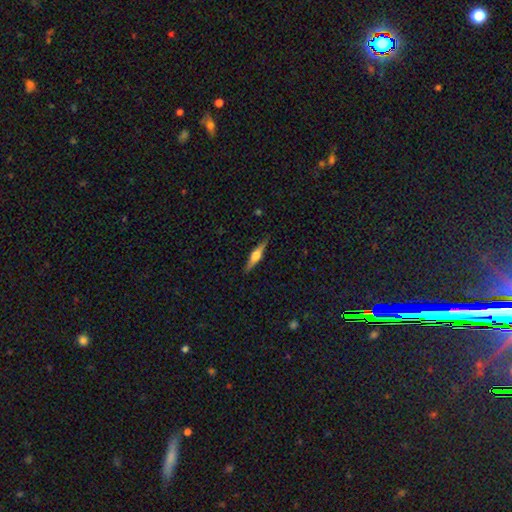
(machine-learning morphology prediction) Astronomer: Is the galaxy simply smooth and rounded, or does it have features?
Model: featured or disk — 65%.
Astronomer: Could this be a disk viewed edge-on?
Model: yes — 97%.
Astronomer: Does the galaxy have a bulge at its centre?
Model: rounded — 90%.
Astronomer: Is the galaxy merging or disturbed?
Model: none — 88%.